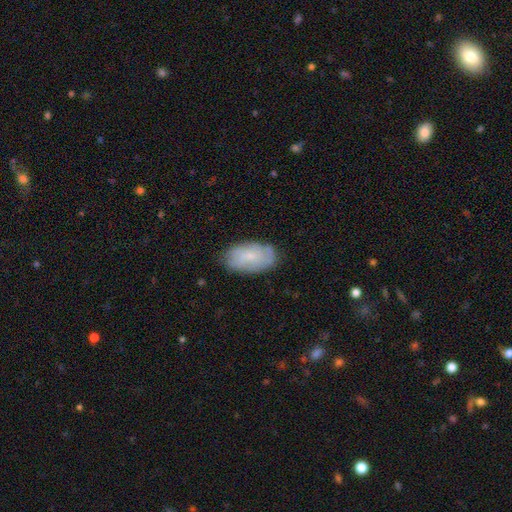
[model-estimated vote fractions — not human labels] smooth-or-featured: smooth: 52% | featured or disk: 42% | star or artifact: 7%
  how-rounded: in between: 93% | round: 5% | cigar-shaped: 2%
  merging: none: 74% | minor disturbance: 20% | major disturbance: 5% | merger: 1%